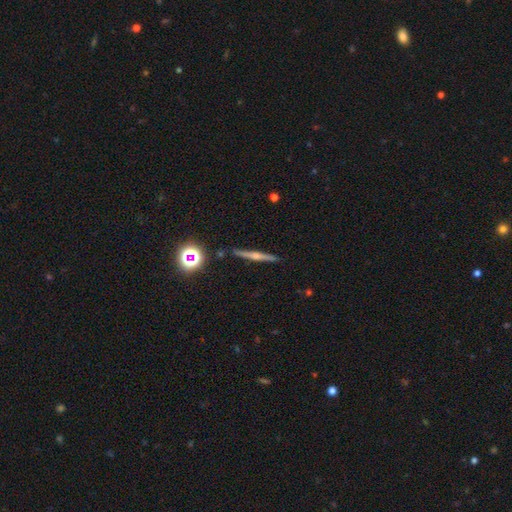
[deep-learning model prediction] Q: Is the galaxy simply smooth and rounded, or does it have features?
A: featured or disk — 68%.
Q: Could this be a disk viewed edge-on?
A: yes — 97%.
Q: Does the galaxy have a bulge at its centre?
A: rounded — 78%.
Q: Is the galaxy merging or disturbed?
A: none — 91%.